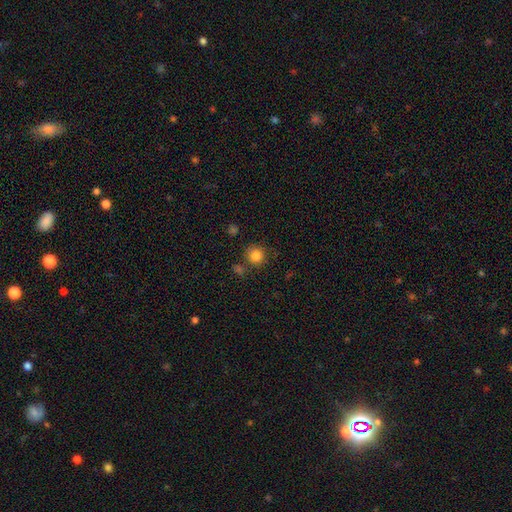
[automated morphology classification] A smooth galaxy with no disk features (84%) that is round (93%).

Vote fractions:
- Smooth or featured? smooth: 84% / star or artifact: 10% / featured or disk: 5%
- How rounded? round: 93% / in between: 7% / cigar-shaped: 1%
- Merging? none: 78% / minor disturbance: 11% / merger: 8% / major disturbance: 4%